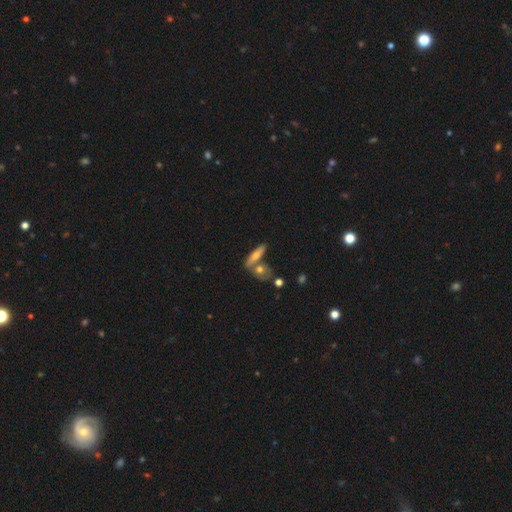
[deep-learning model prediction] A smooth galaxy with no disk features (52%) that is cigar-shaped (63%).

Vote fractions:
- Smooth or featured? smooth: 52% / featured or disk: 40% / star or artifact: 7%
- How rounded? cigar-shaped: 63% / in between: 30% / round: 7%
- Merging? none: 59% / merger: 27% / minor disturbance: 11% / major disturbance: 4%